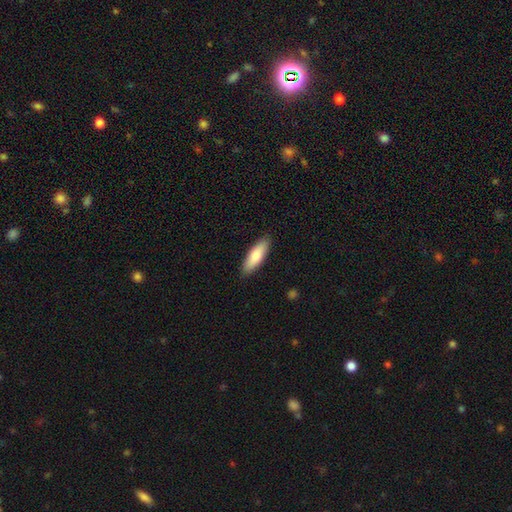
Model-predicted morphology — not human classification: type=smooth (76%); roundness=in between (52%); merging=none (89%).